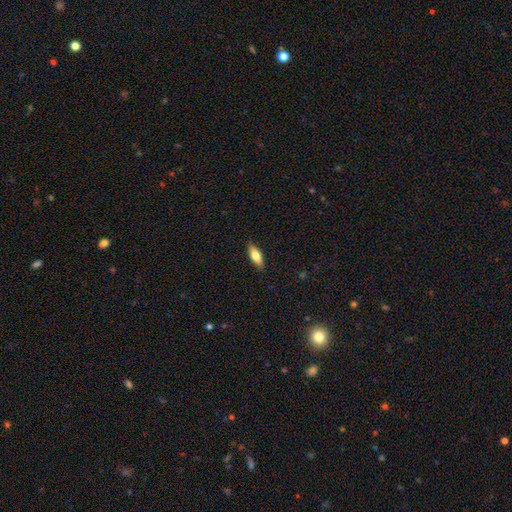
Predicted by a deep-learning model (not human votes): A smooth galaxy with no disk features (66%) that is in between round and cigar-shaped (65%). Merging: none (87%).